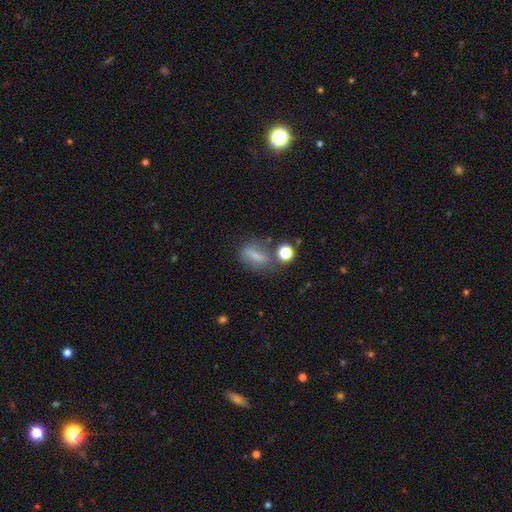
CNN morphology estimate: Smooth or featured? Predicted: smooth (p=0.60). How rounded? Predicted: in between (p=0.58). Merging? Predicted: none (p=0.53).